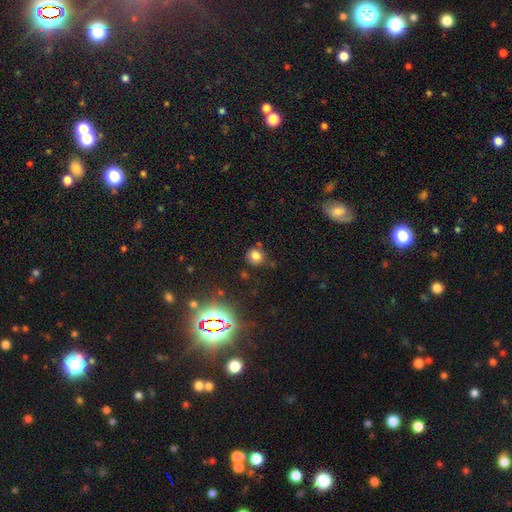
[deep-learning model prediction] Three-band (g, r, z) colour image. It shows a smooth galaxy with no disk features (77%) that is round (84%). Merging: none (77%).